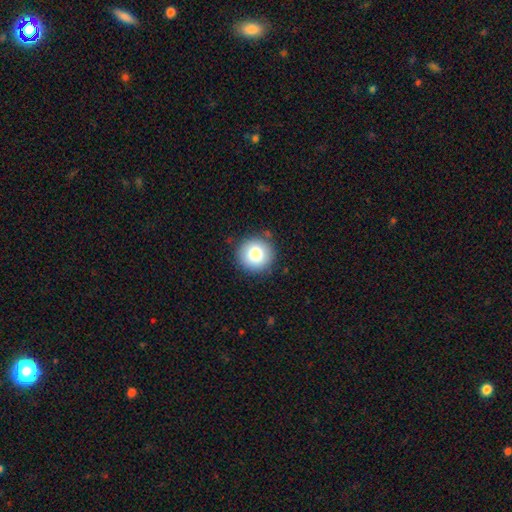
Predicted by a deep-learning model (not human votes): smooth_or_featured: smooth (p=0.82) [alt: star or artifact p=0.09]
how_rounded: round (p=0.95) [alt: in between p=0.04]
merging: none (p=0.88) [alt: minor disturbance p=0.08]